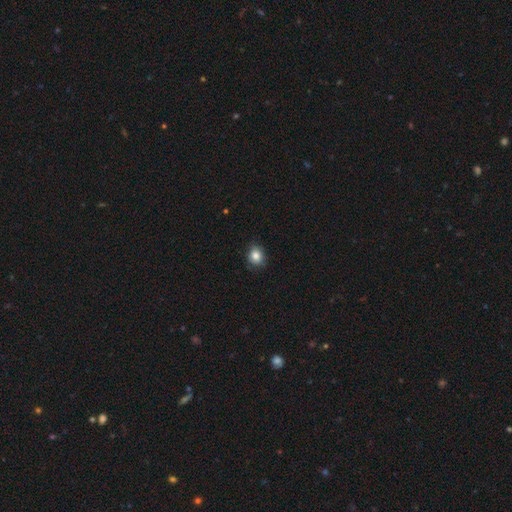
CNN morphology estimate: A smooth galaxy with no disk features (83%) that is round (66%).

Vote fractions:
- Smooth or featured? smooth: 83% / star or artifact: 10% / featured or disk: 7%
- How rounded? round: 66% / in between: 33% / cigar-shaped: 1%
- Merging? none: 79% / minor disturbance: 17% / major disturbance: 3% / merger: 1%